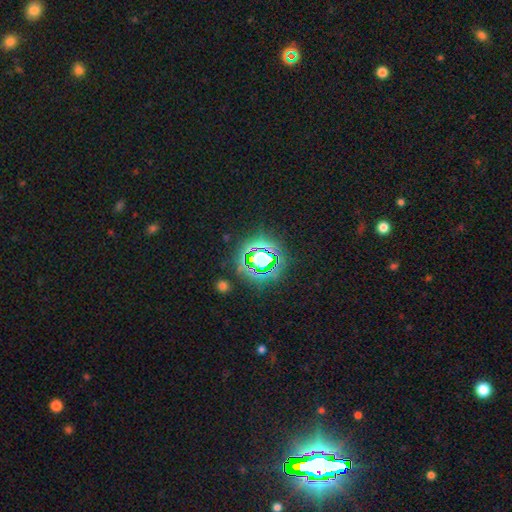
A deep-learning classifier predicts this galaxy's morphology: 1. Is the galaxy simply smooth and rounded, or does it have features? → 83% star or artifact, 11% smooth, 6% featured or disk.